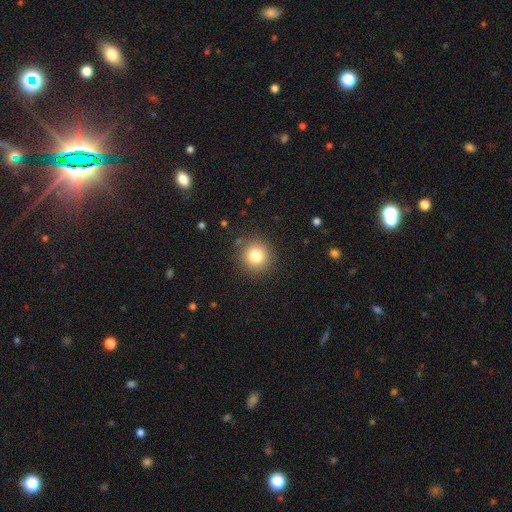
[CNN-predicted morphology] Smooth or featured? smooth (81%)
How rounded? round (93%)
Merging? none (89%)